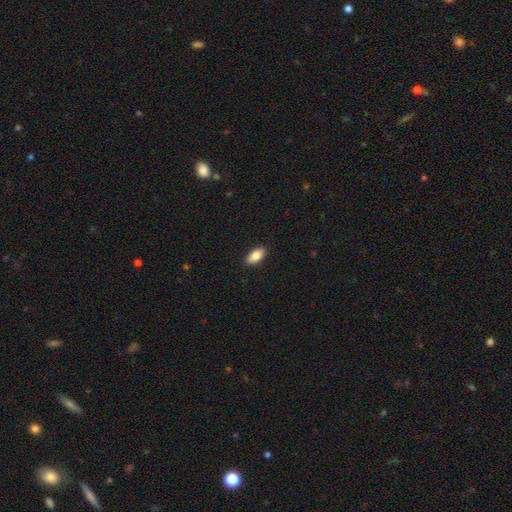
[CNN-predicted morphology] Q: Smooth or featured?
A: smooth (86%); runner-up: featured or disk (8%)
Q: How rounded?
A: in between (90%); runner-up: cigar-shaped (7%)
Q: Merging?
A: none (90%); runner-up: minor disturbance (8%)